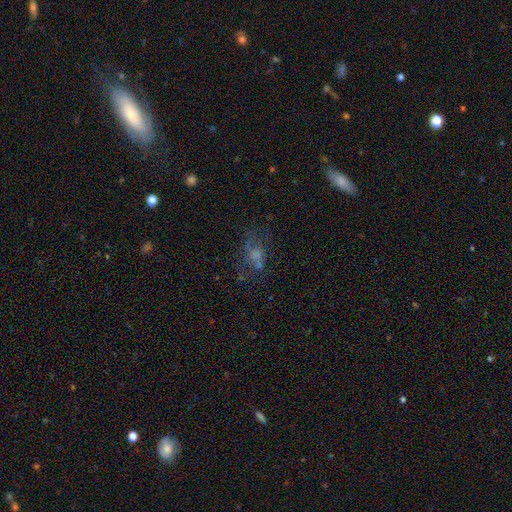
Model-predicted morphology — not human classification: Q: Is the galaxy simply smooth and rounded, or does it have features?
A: smooth — 44%.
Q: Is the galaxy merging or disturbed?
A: none — 44%.